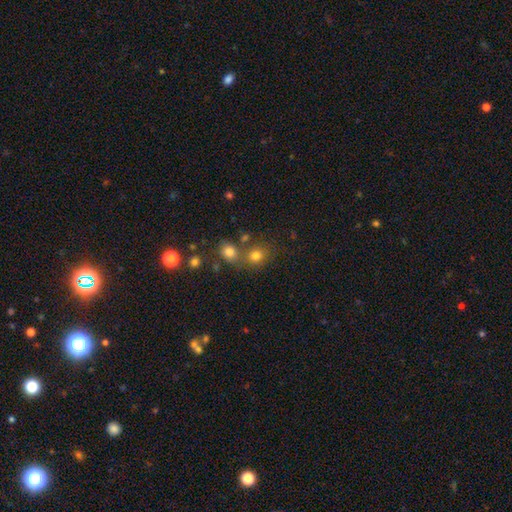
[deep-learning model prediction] The model was most divided on "merging": none: 56%, merger: 30%, minor disturbance: 10%, major disturbance: 4%. More confident: smooth or featured — smooth (76%); how rounded — round (74%).